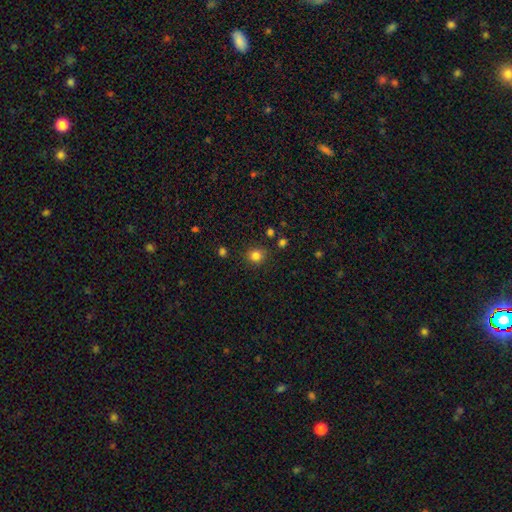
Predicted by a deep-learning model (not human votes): Q: Smooth or featured?
A: smooth (82%); runner-up: star or artifact (13%)
Q: How rounded?
A: round (84%); runner-up: in between (15%)
Q: Merging?
A: none (85%); runner-up: minor disturbance (10%)